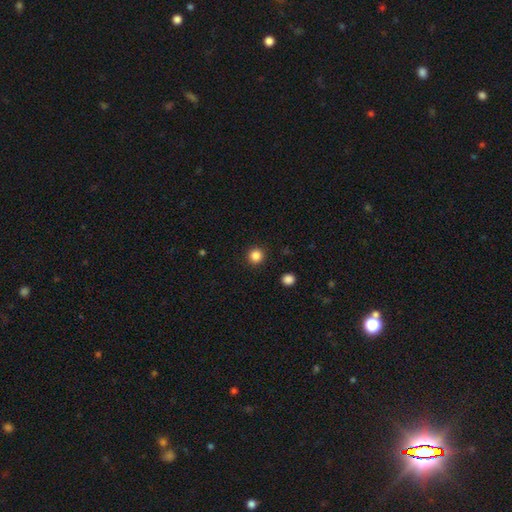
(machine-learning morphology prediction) smooth-or-featured: smooth: 85% | star or artifact: 12% | featured or disk: 3%
  how-rounded: round: 95% | in between: 4% | cigar-shaped: 1%
  merging: none: 92% | minor disturbance: 5% | major disturbance: 2% | merger: 1%